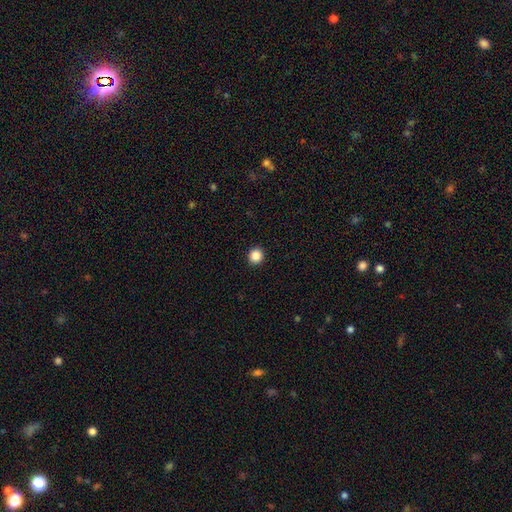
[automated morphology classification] smooth 87%, star or artifact 10%, featured or disk 3%. Down the decision tree: how rounded — round (92%); merging — none (93%).